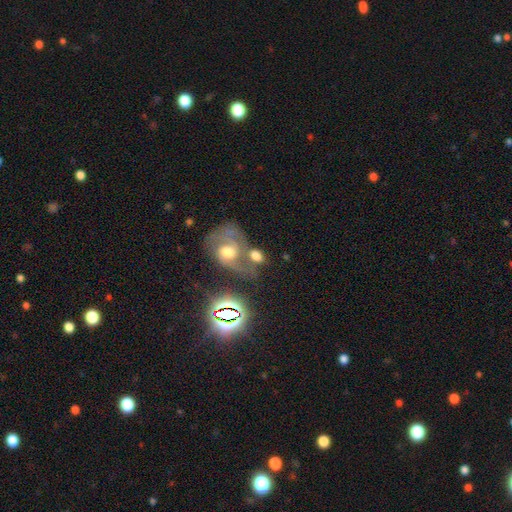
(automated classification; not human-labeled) A smooth galaxy with no disk features (49%).

Vote fractions:
- Smooth or featured? smooth: 49% / featured or disk: 33% / star or artifact: 18%
- Merging? merger: 48% / none: 28% / major disturbance: 12% / minor disturbance: 12%